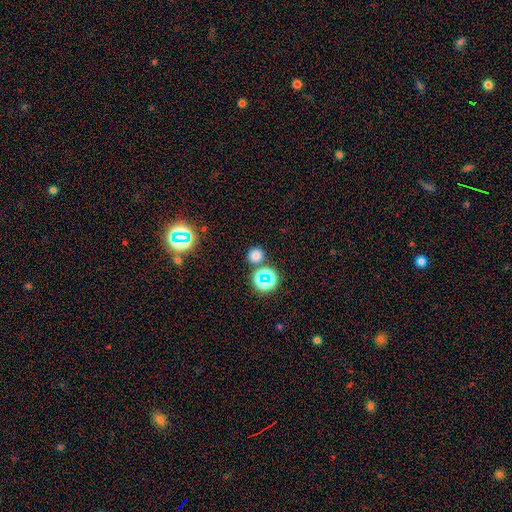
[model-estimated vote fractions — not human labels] This is likely a smooth galaxy (69%). How rounded: clearly round (88%). Merging: clearly none (82%).